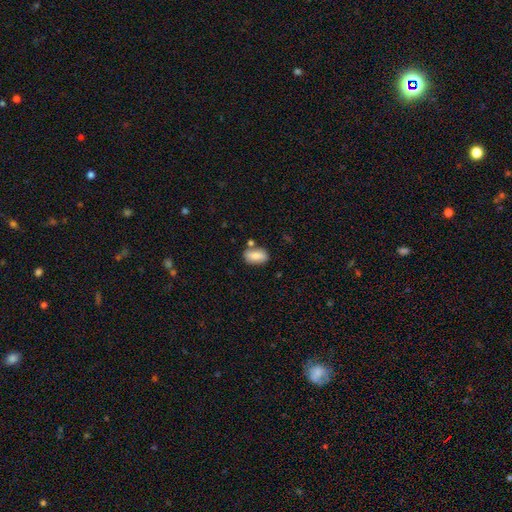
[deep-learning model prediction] Overall: smooth (83%). How rounded: in between (89%). Merging: none (69%).